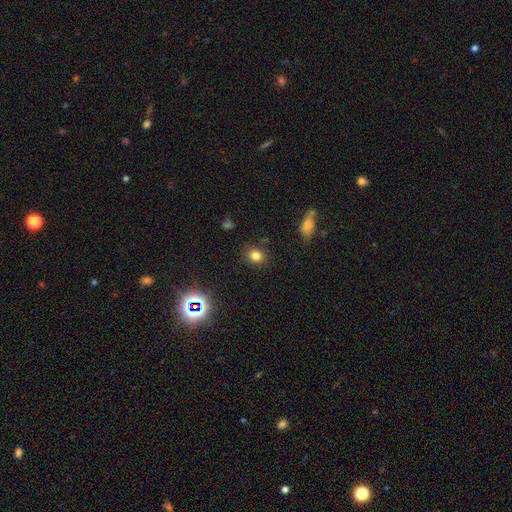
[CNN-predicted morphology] Smooth or featured?
  - smooth: 81% *
  - star or artifact: 13%
  - featured or disk: 6%
How rounded?
  - round: 65% *
  - in between: 34%
  - cigar-shaped: 1%
Merging?
  - none: 85% *
  - minor disturbance: 10%
  - major disturbance: 3%
  - merger: 2%